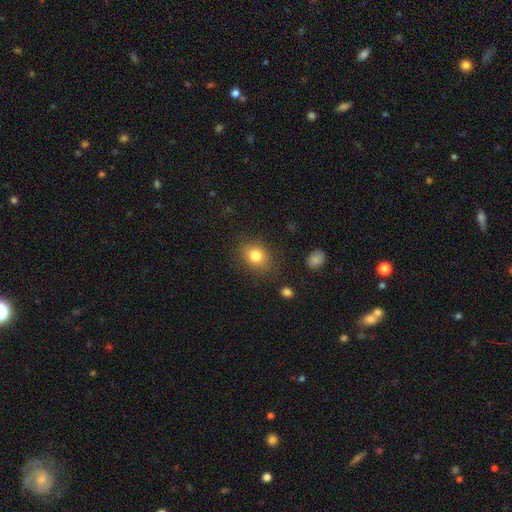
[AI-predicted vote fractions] Q: Smooth or featured?
A: smooth (81%); runner-up: star or artifact (11%)
Q: How rounded?
A: in between (50%); runner-up: round (49%)
Q: Merging?
A: none (83%); runner-up: minor disturbance (12%)